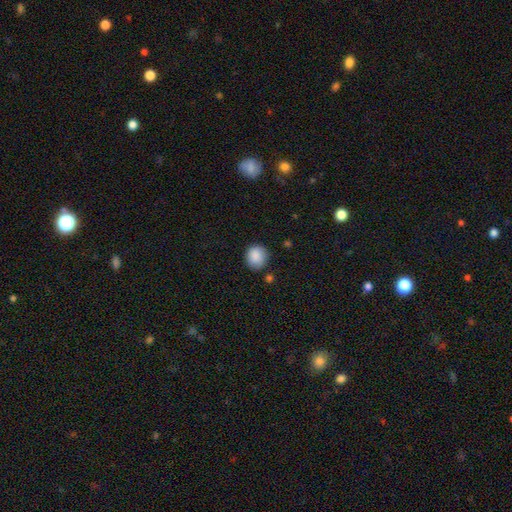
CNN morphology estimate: A smooth galaxy with no disk features (88%) that is round (82%).

Vote fractions:
- Smooth or featured? smooth: 88% / star or artifact: 8% / featured or disk: 4%
- How rounded? round: 82% / in between: 17% / cigar-shaped: 1%
- Merging? none: 78% / minor disturbance: 15% / major disturbance: 3% / merger: 3%